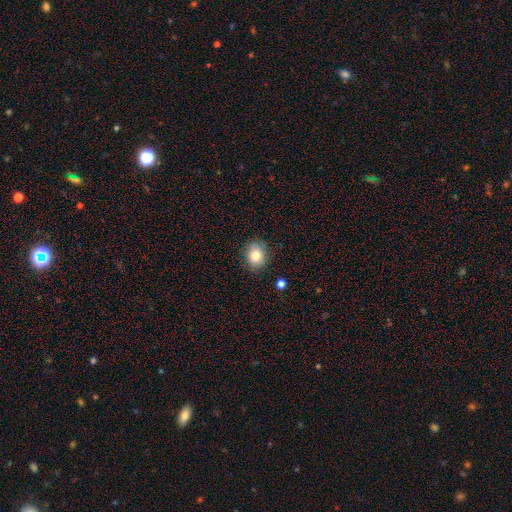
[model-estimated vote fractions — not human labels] Q: Smooth or featured?
A: smooth (81%); runner-up: star or artifact (10%)
Q: How rounded?
A: round (58%); runner-up: in between (41%)
Q: Merging?
A: none (84%); runner-up: minor disturbance (11%)